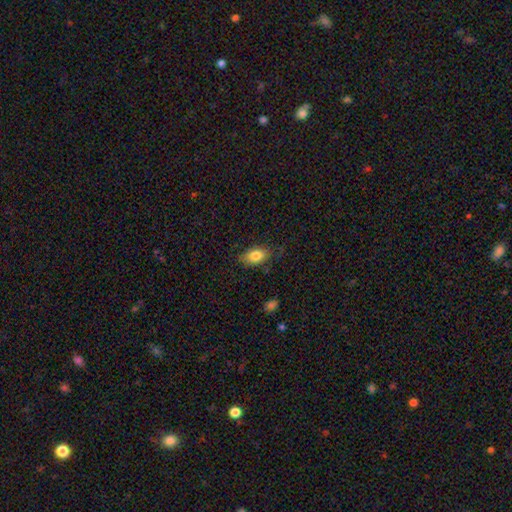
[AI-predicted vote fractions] Q: Smooth or featured?
A: smooth (81%); runner-up: featured or disk (11%)
Q: How rounded?
A: in between (89%); runner-up: round (8%)
Q: Merging?
A: none (78%); runner-up: minor disturbance (17%)